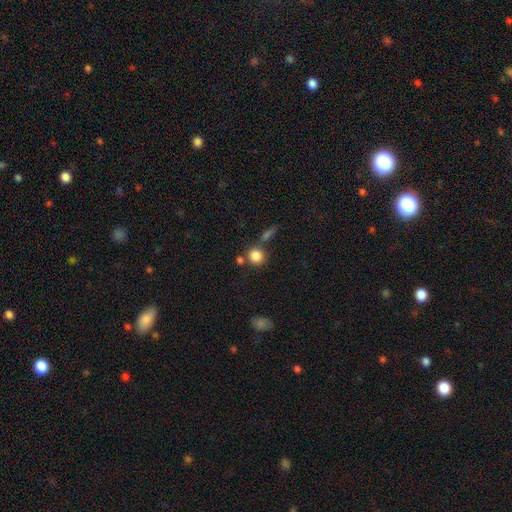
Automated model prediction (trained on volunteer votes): Smooth or featured? smooth (83%)
How rounded? round (86%)
Merging? none (63%)